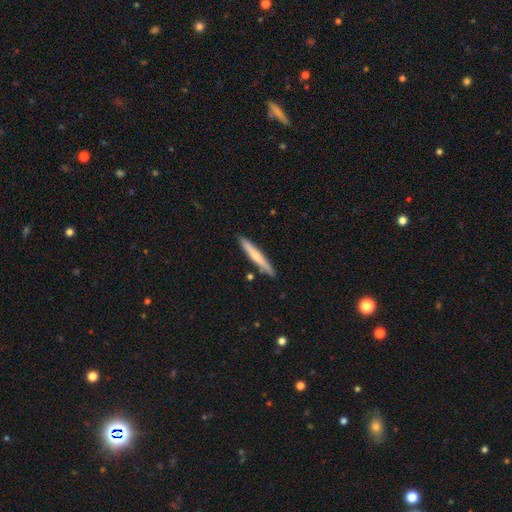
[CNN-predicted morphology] Q: Smooth or featured?
A: smooth (59%); runner-up: featured or disk (35%)
Q: How rounded?
A: cigar-shaped (95%); runner-up: in between (4%)
Q: Merging?
A: none (85%); runner-up: minor disturbance (10%)